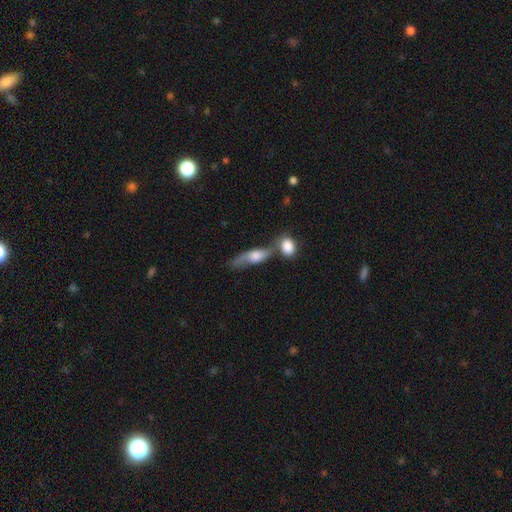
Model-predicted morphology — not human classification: This is possibly a smooth galaxy (51%). How rounded: possibly in between (53%). Merging: marginally merger (38%).